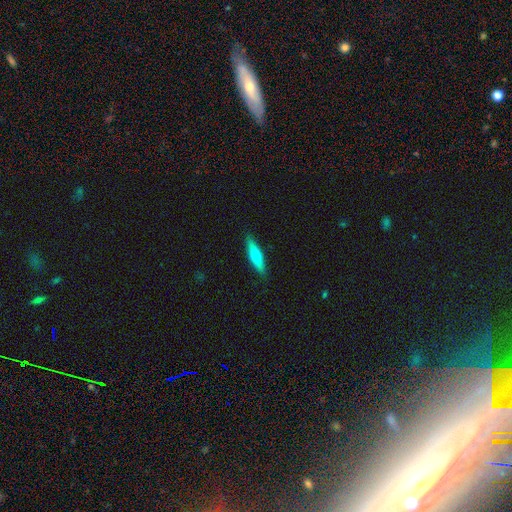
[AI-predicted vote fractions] smooth-or-featured: smooth: 53% | featured or disk: 41% | star or artifact: 6%
  how-rounded: cigar-shaped: 78% | in between: 20% | round: 2%
  merging: none: 90% | minor disturbance: 8% | major disturbance: 2% | merger: 1%